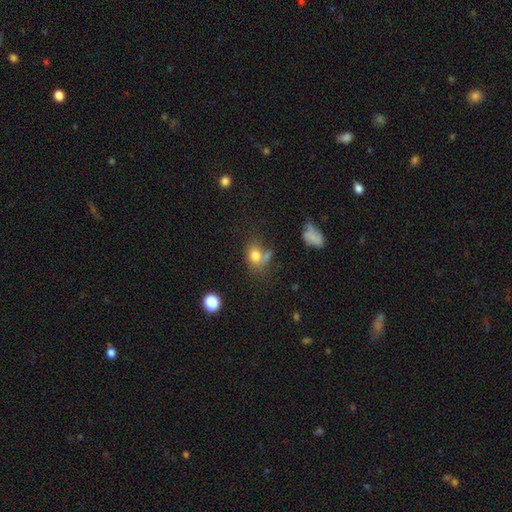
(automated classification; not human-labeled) Morphology: type=smooth (77%); roundness=in between (58%); merging=none (48%).